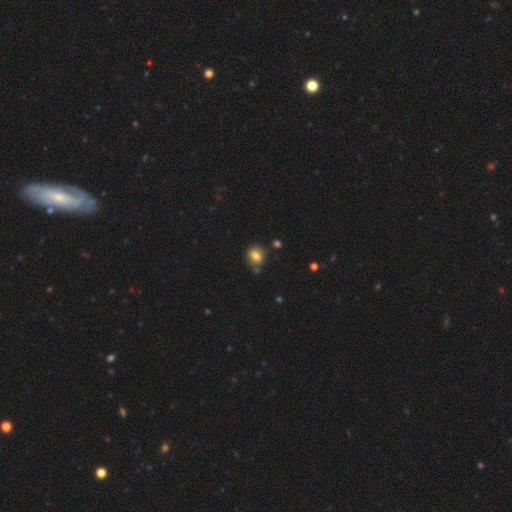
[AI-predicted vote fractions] Smooth or featured? smooth (79%)
How rounded? round (60%)
Merging? none (69%)